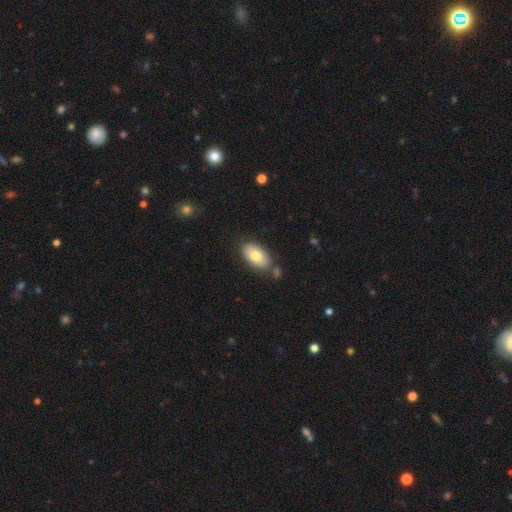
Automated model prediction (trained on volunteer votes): Smooth or featured?
  - smooth: 78% *
  - featured or disk: 16%
  - star or artifact: 6%
How rounded?
  - in between: 94% *
  - round: 4%
  - cigar-shaped: 2%
Merging?
  - none: 75% *
  - minor disturbance: 14%
  - merger: 8%
  - major disturbance: 3%